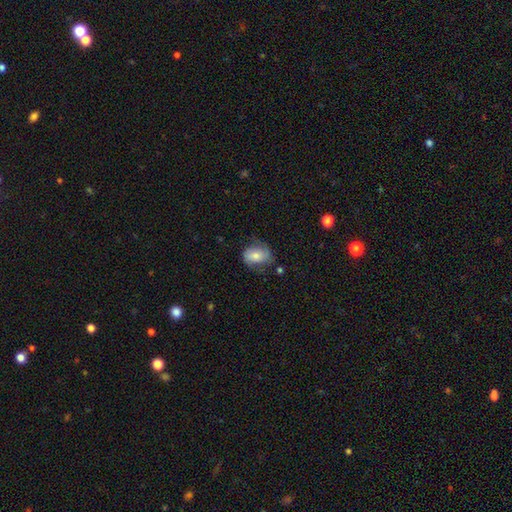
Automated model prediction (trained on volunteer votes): Overall: smooth (67%). How rounded: in between (76%). Merging: none (54%; minor disturbance 31%).